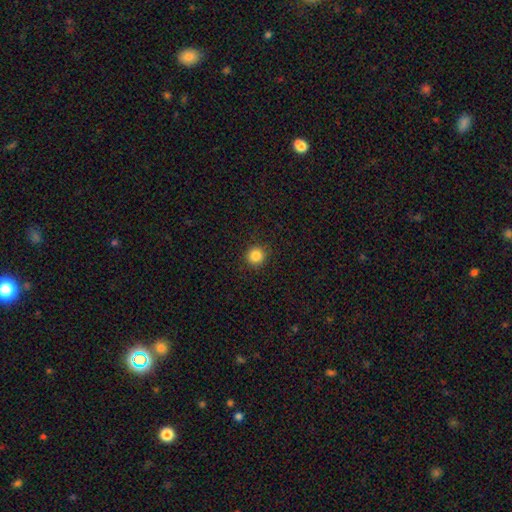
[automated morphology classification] smooth_or_featured: smooth (p=0.85) [alt: star or artifact p=0.11]
how_rounded: round (p=0.95) [alt: in between p=0.04]
merging: none (p=0.92) [alt: minor disturbance p=0.06]